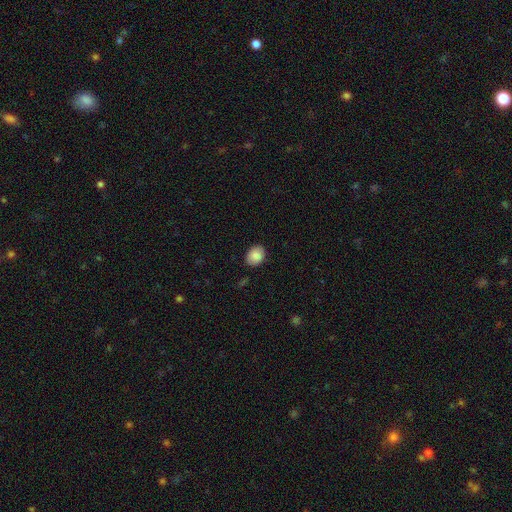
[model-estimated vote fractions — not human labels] smooth_or_featured: smooth (p=0.88) [alt: star or artifact p=0.07]
how_rounded: in between (p=0.64) [alt: round p=0.35]
merging: none (p=0.85) [alt: minor disturbance p=0.12]